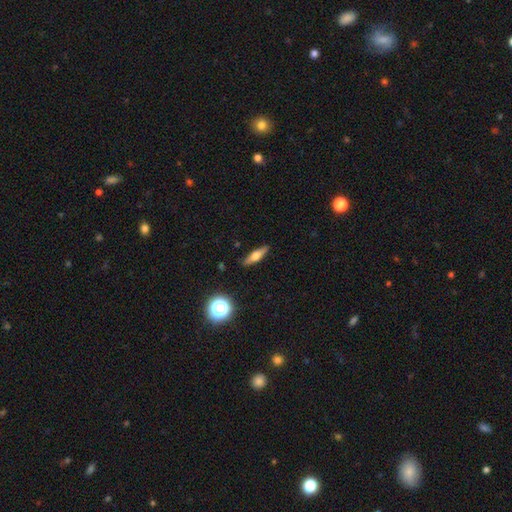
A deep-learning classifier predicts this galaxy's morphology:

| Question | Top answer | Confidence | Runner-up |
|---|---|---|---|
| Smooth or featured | smooth | 46% | featured or disk (45%) |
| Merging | none | 88% | minor disturbance (9%) |